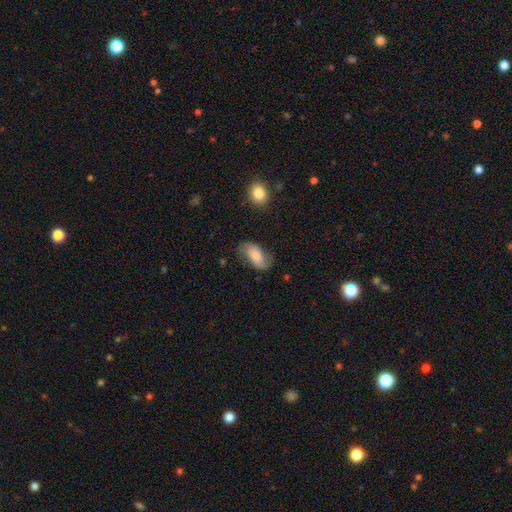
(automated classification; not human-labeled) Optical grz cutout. It shows a featured or disk galaxy (51%). Merging: none (68%).